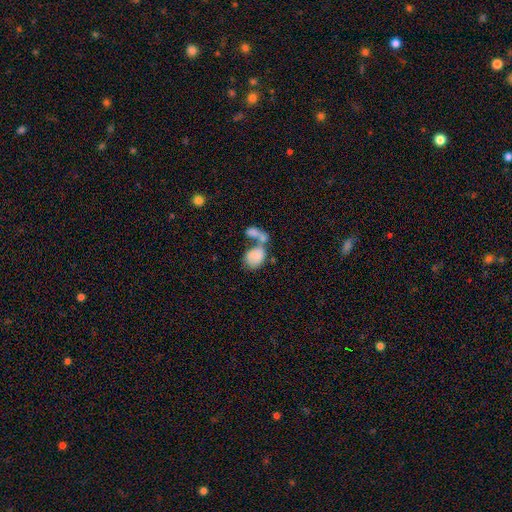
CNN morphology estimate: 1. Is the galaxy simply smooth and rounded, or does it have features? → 75% smooth, 17% featured or disk, 8% star or artifact.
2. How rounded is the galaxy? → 72% in between, 26% round, 2% cigar-shaped.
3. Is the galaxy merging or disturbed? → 63% merger, 17% none, 12% major disturbance, 8% minor disturbance.